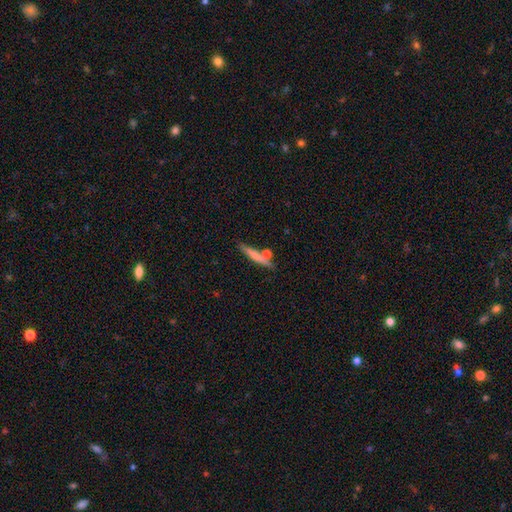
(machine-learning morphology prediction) Smooth or featured?
  - smooth: 64% *
  - featured or disk: 29%
  - star or artifact: 7%
How rounded?
  - cigar-shaped: 91% *
  - in between: 7%
  - round: 3%
Merging?
  - none: 70% *
  - merger: 16%
  - minor disturbance: 11%
  - major disturbance: 3%